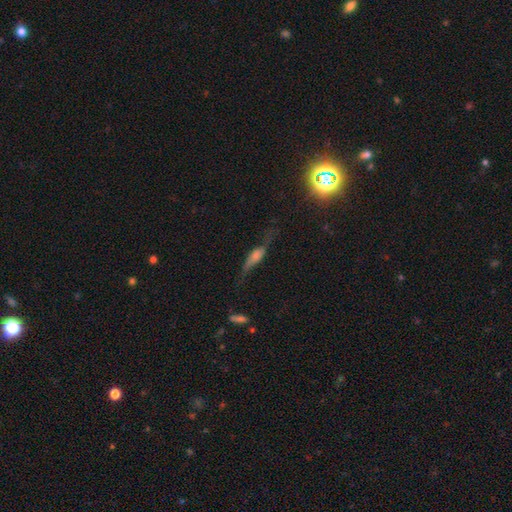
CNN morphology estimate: A featured or disk galaxy (56%) viewed edge-on (74%).

Vote fractions:
- Smooth or featured? featured or disk: 56% / smooth: 32% / star or artifact: 12%
- Edge-on disk? yes: 74% / no: 26%
- Merging? none: 53% / minor disturbance: 24% / major disturbance: 20% / merger: 3%